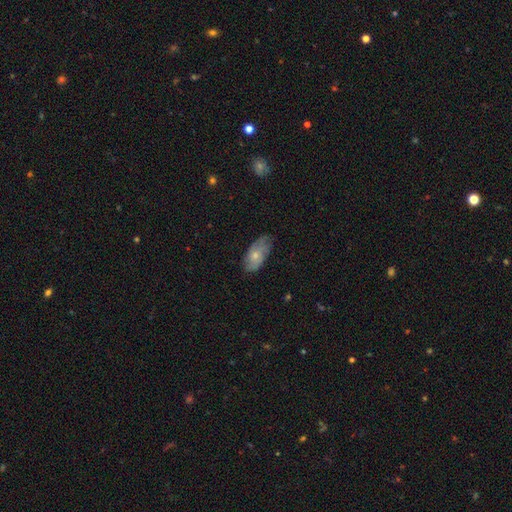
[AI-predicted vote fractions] Q: Smooth or featured?
A: smooth (53%); runner-up: featured or disk (40%)
Q: How rounded?
A: in between (91%); runner-up: cigar-shaped (5%)
Q: Merging?
A: none (64%); runner-up: minor disturbance (29%)